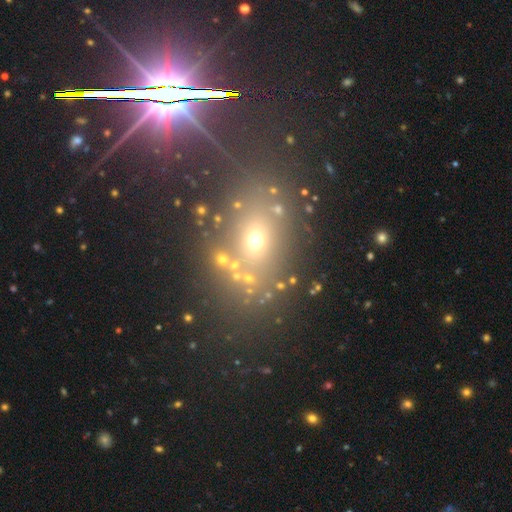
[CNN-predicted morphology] type=star or artifact (43%).